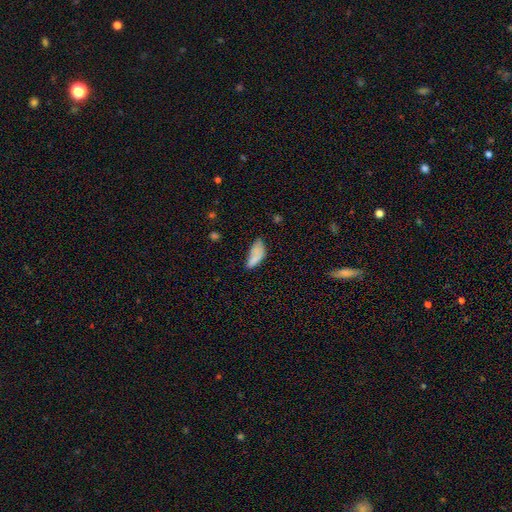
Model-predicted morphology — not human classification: smooth-or-featured: smooth: 78% | featured or disk: 12% | star or artifact: 10%
  how-rounded: in between: 84% | cigar-shaped: 13% | round: 3%
  merging: none: 37% | minor disturbance: 36% | major disturbance: 21% | merger: 7%